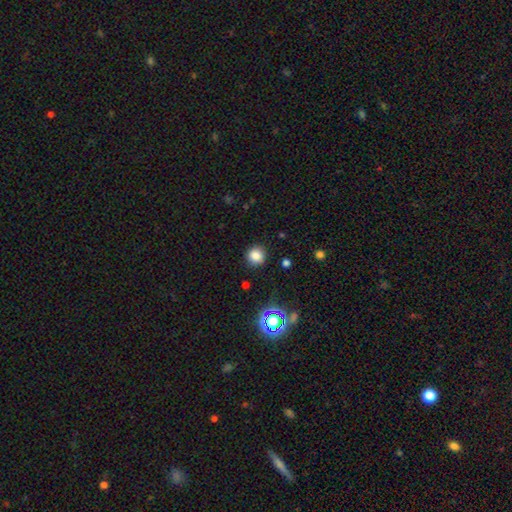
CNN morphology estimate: type=smooth (80%); roundness=round (91%); merging=none (88%).